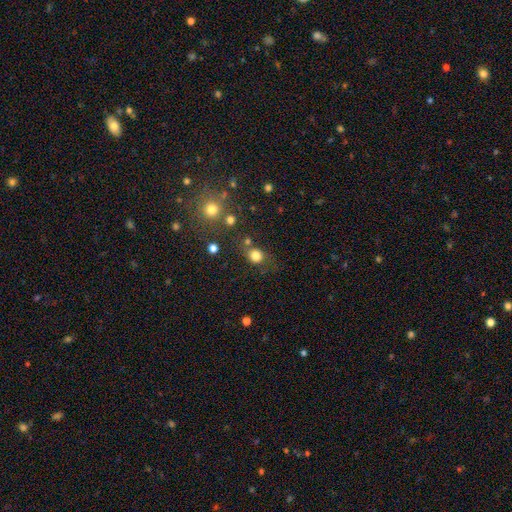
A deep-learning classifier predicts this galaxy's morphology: The model was most divided on "merging": none: 65%, minor disturbance: 16%, merger: 11%, major disturbance: 8%. More confident: smooth or featured — smooth (80%); how rounded — round (76%).